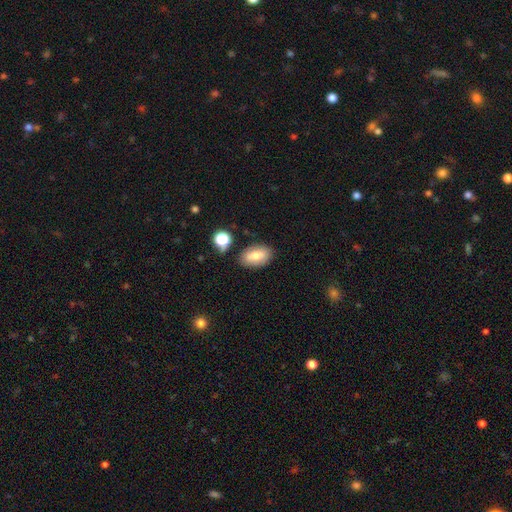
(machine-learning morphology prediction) Smooth or featured? Predicted: smooth (p=0.78). How rounded? Predicted: in between (p=0.91). Merging? Predicted: none (p=0.80).